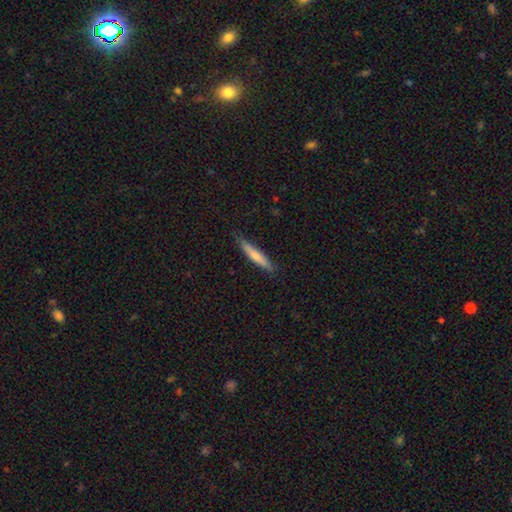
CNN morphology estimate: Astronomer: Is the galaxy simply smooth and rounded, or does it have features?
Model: smooth — 68%.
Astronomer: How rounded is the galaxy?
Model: cigar-shaped — 92%.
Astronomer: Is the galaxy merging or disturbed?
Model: none — 84%.